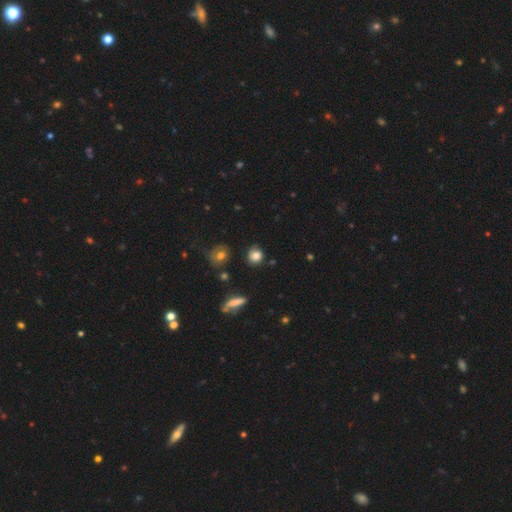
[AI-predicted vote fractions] Smooth or featured? Predicted: smooth (p=0.79). How rounded? Predicted: round (p=0.78). Merging? Predicted: none (p=0.72).